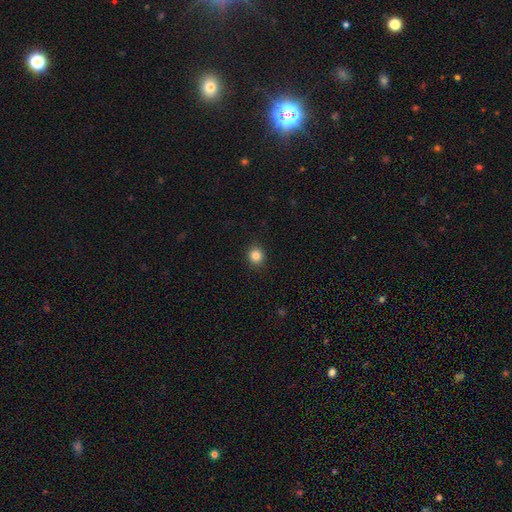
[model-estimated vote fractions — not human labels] A smooth galaxy with no disk features (84%) that is round (84%).

Vote fractions:
- Smooth or featured? smooth: 84% / star or artifact: 11% / featured or disk: 5%
- How rounded? round: 84% / in between: 15% / cigar-shaped: 1%
- Merging? none: 91% / minor disturbance: 6% / major disturbance: 2% / merger: 1%